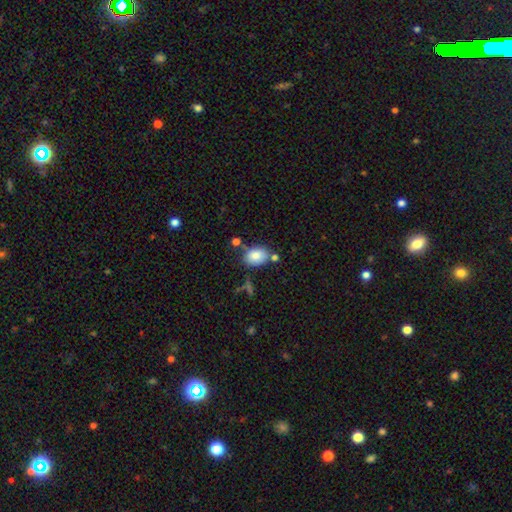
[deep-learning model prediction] Q: Smooth or featured?
A: smooth (81%); runner-up: featured or disk (10%)
Q: How rounded?
A: in between (79%); runner-up: round (20%)
Q: Merging?
A: none (68%); runner-up: minor disturbance (15%)